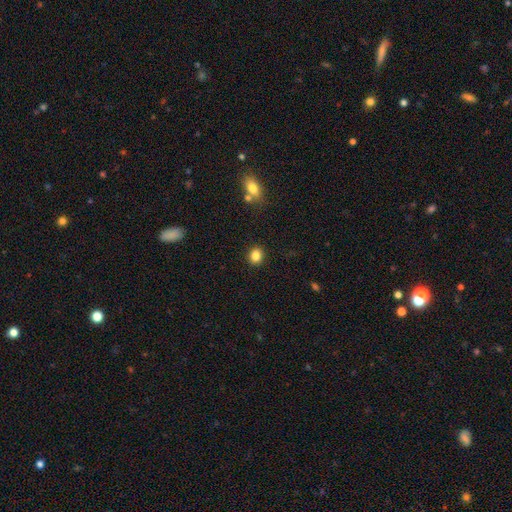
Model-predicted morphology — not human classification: smooth 85%, star or artifact 10%, featured or disk 5%. Down the decision tree: how rounded — round (68%); merging — none (90%).